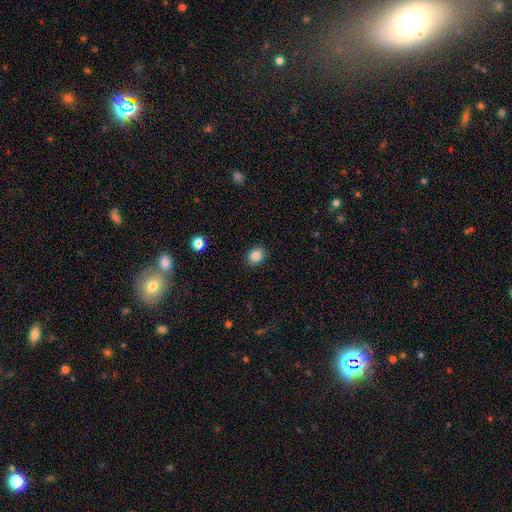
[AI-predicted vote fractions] This appears to be a smooth galaxy with no disk features (86%) that is round (58%). Merging: none (88%).